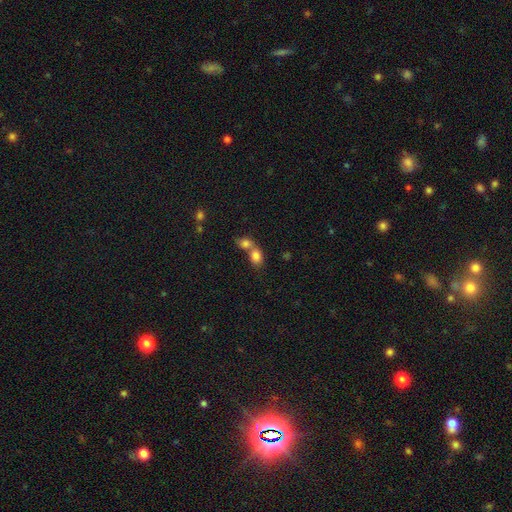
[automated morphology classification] smooth_or_featured: smooth (p=0.81) [alt: featured or disk p=0.10]
how_rounded: in between (p=0.57) [alt: round p=0.42]
merging: merger (p=0.68) [alt: none p=0.24]